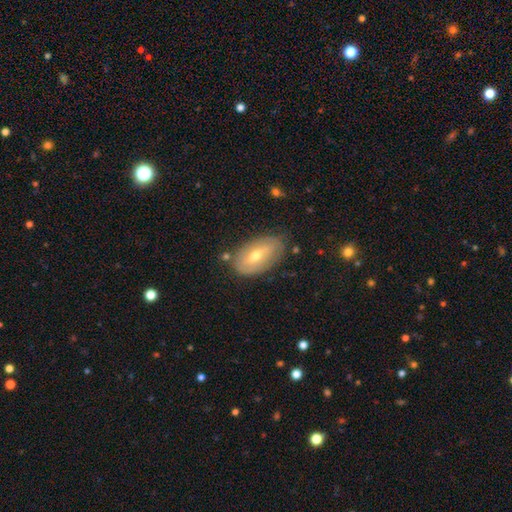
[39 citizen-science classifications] Volunteers were most divided on "smooth or featured": smooth: 56%, featured or disk: 36%, star or artifact: 8%. More confident: how rounded — in between (91%); merging — none (75%).